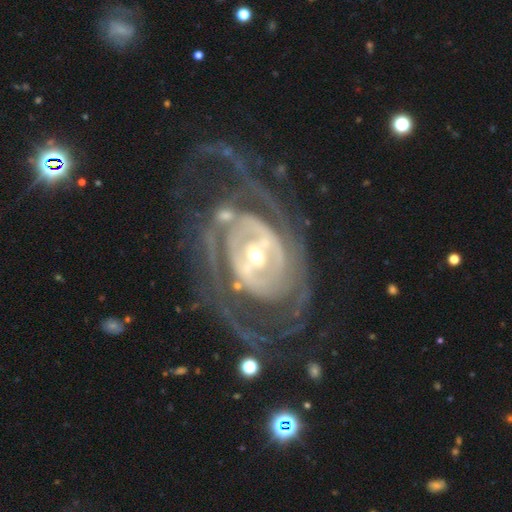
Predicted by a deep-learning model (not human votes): This is clearly a featured or disk galaxy (89%). It is clearly not viewed edge-on (96%). Bar: marginally weak (36%). Spiral arm pattern: clearly yes (90%). Spiral arm count: marginally 2 (34%). Spiral winding: possibly tight (54%). Central bulge: possibly small (51%). Merging: possibly none (50%).